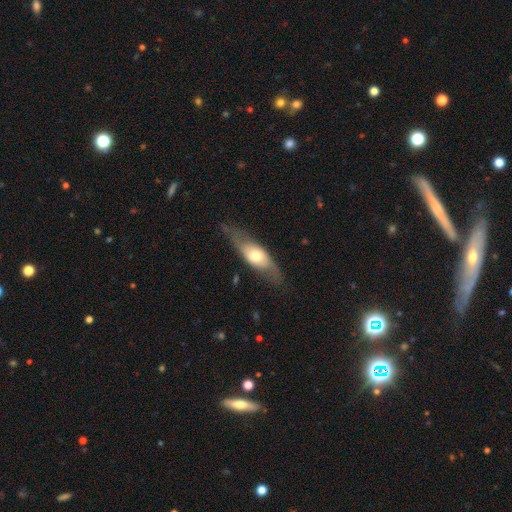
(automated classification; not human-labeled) This appears to be a featured or disk galaxy (49%). Merging: none (67%).